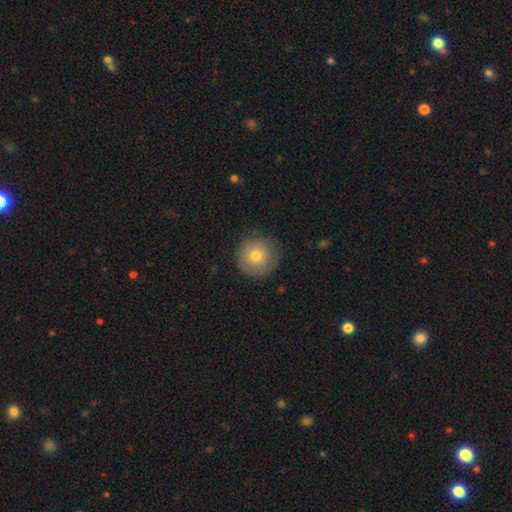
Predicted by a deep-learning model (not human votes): This appears to be a smooth galaxy with no disk features (74%) that is round (96%). Merging: none (83%).